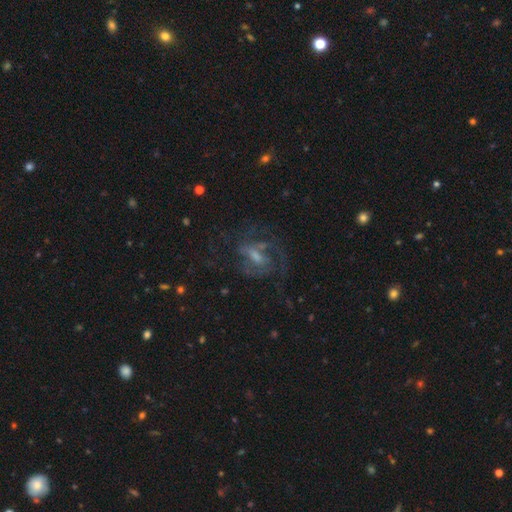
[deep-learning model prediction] featured or disk 74%, smooth 14%, star or artifact 12%. Down the decision tree: edge-on disk — no (95%); bar — weak (49%); spiral arms — yes (84%); spiral arm count — 2 (40%); spiral winding — medium (49%); bulge size — moderate (39%, tied with small); merging — none (54%).